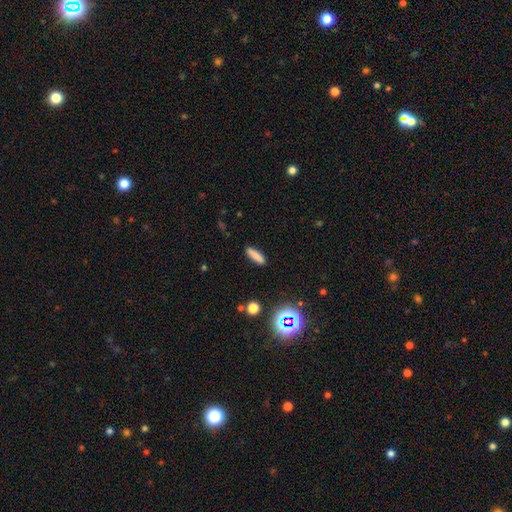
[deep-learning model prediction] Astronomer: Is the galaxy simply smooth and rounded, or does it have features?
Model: smooth — 81%.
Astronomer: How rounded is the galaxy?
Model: cigar-shaped — 69%.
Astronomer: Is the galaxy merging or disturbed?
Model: none — 88%.